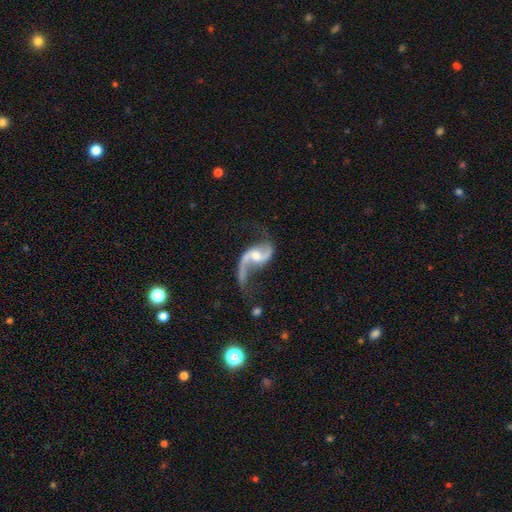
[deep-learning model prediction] A featured or disk galaxy (91%) with no bar (43%), 2 (91%) loose (80%) spiral arms (97%) and a moderate central bulge (52%). Merging: none (60%).